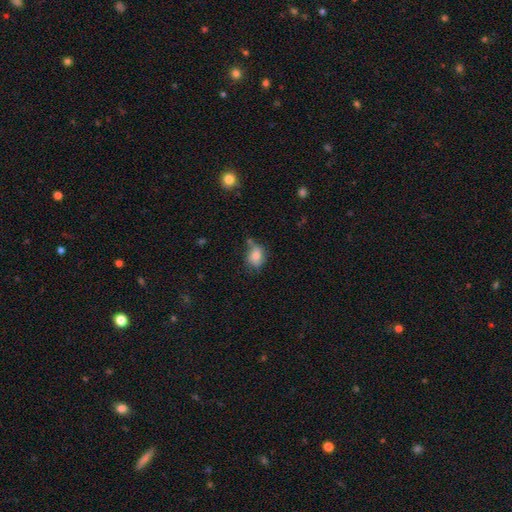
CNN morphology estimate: smooth_or_featured: smooth (p=0.73) [alt: featured or disk p=0.17]
how_rounded: in between (p=0.65) [alt: round p=0.33]
merging: none (p=0.47) [alt: minor disturbance p=0.32]